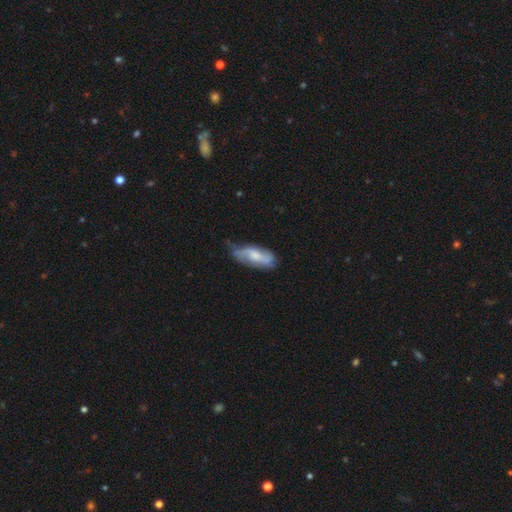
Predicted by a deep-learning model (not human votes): Q: Smooth or featured?
A: featured or disk (52%); runner-up: smooth (41%)
Q: Edge-on disk?
A: no (86%); runner-up: yes (14%)
Q: Merging?
A: none (50%); runner-up: minor disturbance (35%)